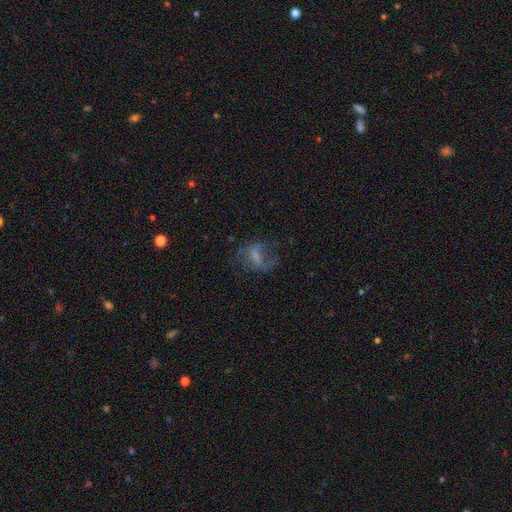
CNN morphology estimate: This is possibly a featured or disk galaxy (56%). It is clearly not viewed edge-on (96%). Bar: marginally weak (45%). Spiral arm pattern: likely yes (63%). Central bulge: marginally none (40%). Merging: possibly none (47%).